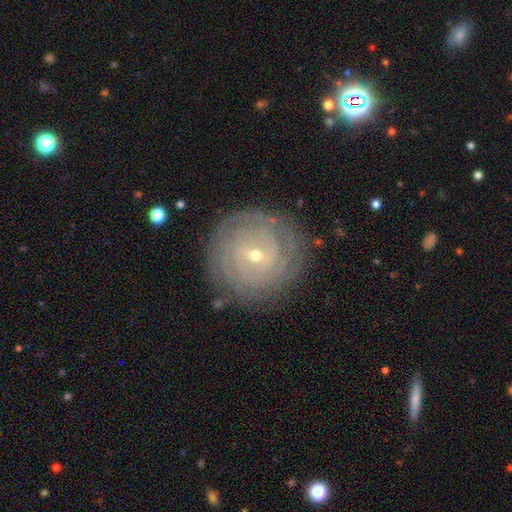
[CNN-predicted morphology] Smooth or featured?
  - featured or disk: 81% *
  - smooth: 12%
  - star or artifact: 7%
Edge-on disk?
  - no: 97% *
  - yes: 3%
Bar?
  - no: 47% *
  - weak: 41%
  - strong: 12%
Spiral arms?
  - yes: 94% *
  - no: 6%
Spiral winding?
  - tight: 85% *
  - medium: 12%
  - loose: 3%
Spiral arm count?
  - can't tell: 37% *
  - 4: 16%
  - 3: 16%
  - 2: 16%
  - more than 4: 8%
  - 1: 6%
Bulge size?
  - small: 71% *
  - moderate: 27%
  - large: 1%
  - none: 1%
  - dominant: 1%
Merging?
  - none: 85% *
  - minor disturbance: 11%
  - major disturbance: 3%
  - merger: 1%